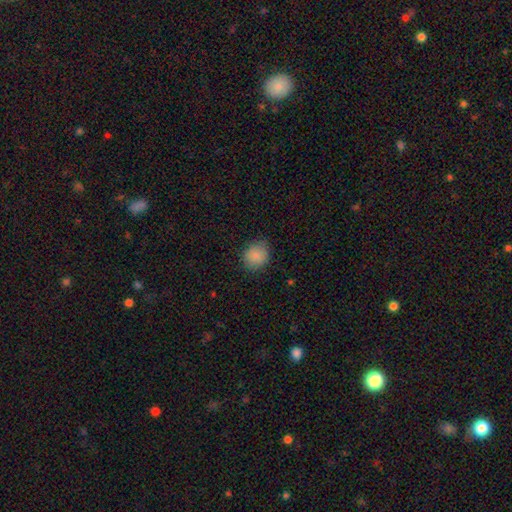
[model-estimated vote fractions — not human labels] smooth_or_featured: smooth (p=0.87) [alt: star or artifact p=0.09]
how_rounded: round (p=0.78) [alt: in between p=0.21]
merging: none (p=0.82) [alt: minor disturbance p=0.14]